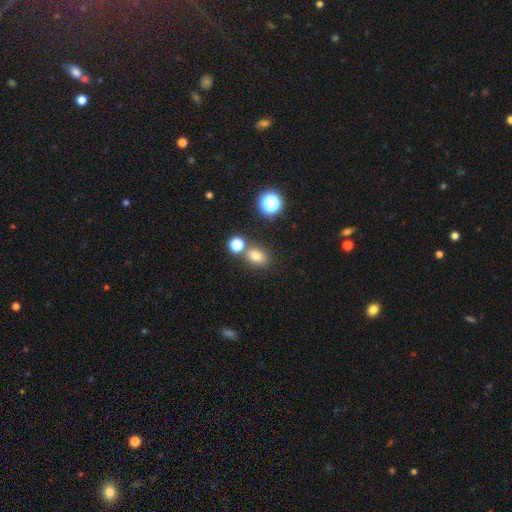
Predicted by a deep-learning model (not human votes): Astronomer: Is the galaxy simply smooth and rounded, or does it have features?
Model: smooth — 75%.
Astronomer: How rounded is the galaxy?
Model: in between — 59% (runner-up: round, 40%).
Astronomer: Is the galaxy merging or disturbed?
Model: none — 68%.